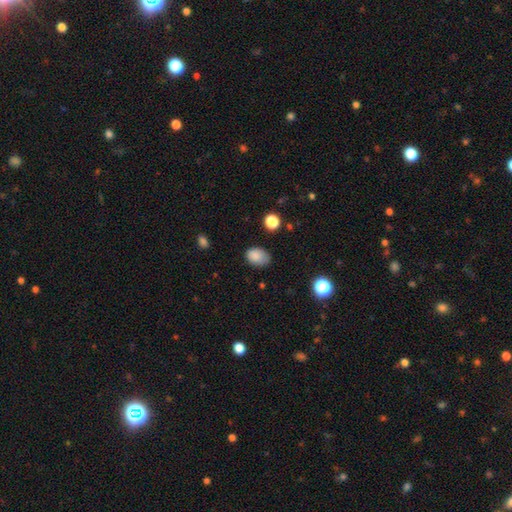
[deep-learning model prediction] smooth_or_featured: smooth (p=0.84) [alt: star or artifact p=0.10]
how_rounded: in between (p=0.75) [alt: round p=0.24]
merging: none (p=0.65) [alt: minor disturbance p=0.27]